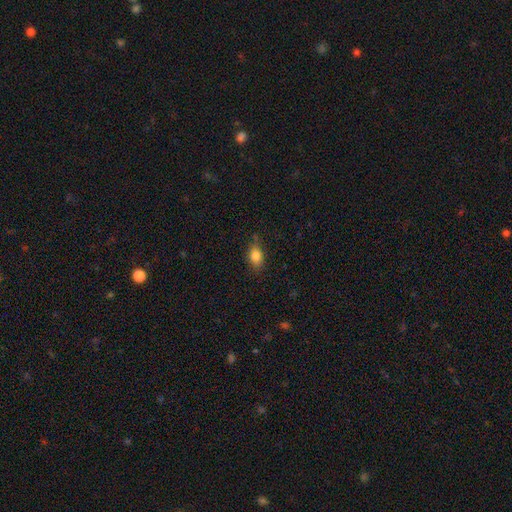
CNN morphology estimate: A smooth galaxy with no disk features (82%) that is in between round and cigar-shaped (77%). Merging: none (75%).